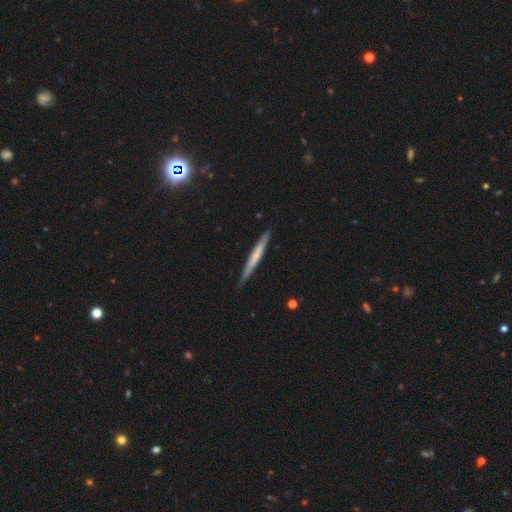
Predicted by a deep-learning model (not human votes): Smooth or featured? Predicted: smooth (p=0.50). Merging? Predicted: none (p=0.86).